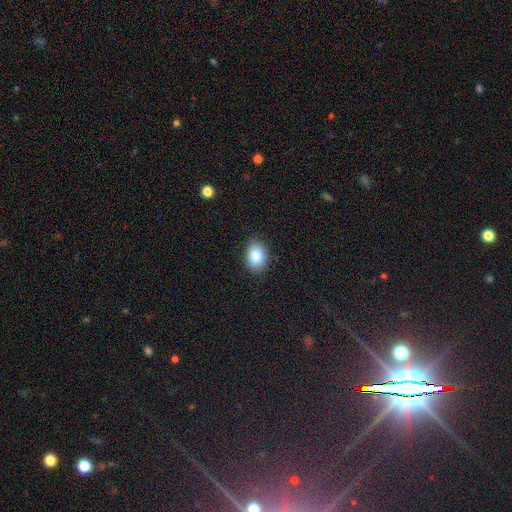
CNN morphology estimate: smooth-or-featured: smooth: 85% | star or artifact: 8% | featured or disk: 7%
  how-rounded: in between: 78% | round: 21% | cigar-shaped: 1%
  merging: none: 86% | minor disturbance: 10% | major disturbance: 2% | merger: 1%